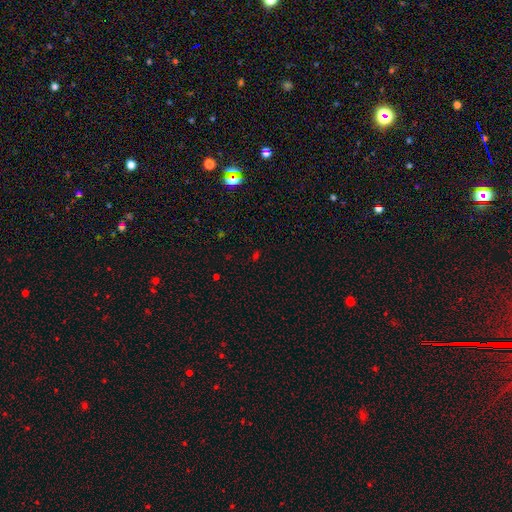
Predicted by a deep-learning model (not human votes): Smooth or featured? Predicted: star or artifact (p=0.57).